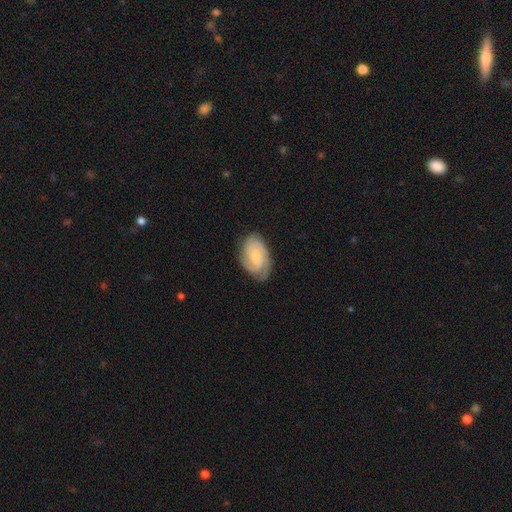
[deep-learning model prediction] The model was most divided on "spiral arm count": 2: 35%, 3: 31%, can't tell: 20%, 4: 6%, 1: 5%, more than 4: 4%. More confident: edge-on disk — no (97%); spiral arms — yes (96%); merging — none (76%); smooth or featured — featured or disk (76%); bar — no (61%); spiral winding — tight (61%); bulge size — small (59%).